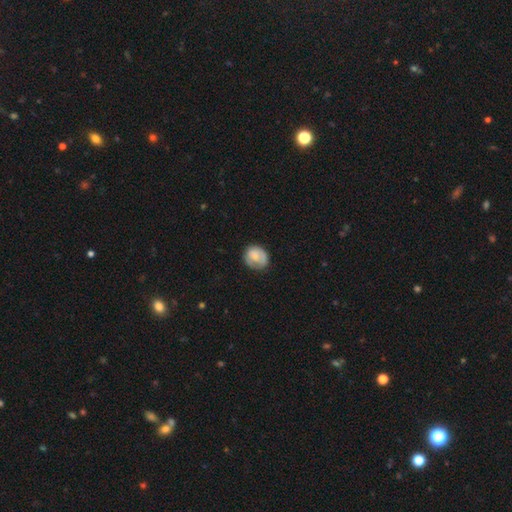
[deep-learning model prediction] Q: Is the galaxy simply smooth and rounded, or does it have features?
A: smooth — 70%.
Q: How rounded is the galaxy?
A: round — 70%.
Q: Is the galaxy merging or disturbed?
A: none — 66%.